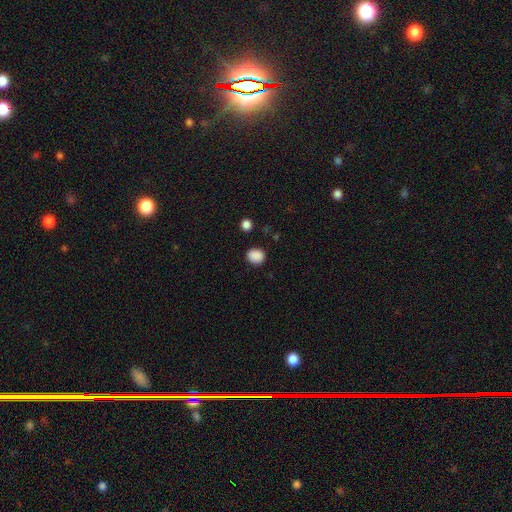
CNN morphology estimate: A smooth galaxy with no disk features (88%) that is round (68%).

Vote fractions:
- Smooth or featured? smooth: 88% / star or artifact: 10% / featured or disk: 3%
- How rounded? round: 68% / in between: 31% / cigar-shaped: 1%
- Merging? none: 87% / minor disturbance: 8% / major disturbance: 3% / merger: 2%